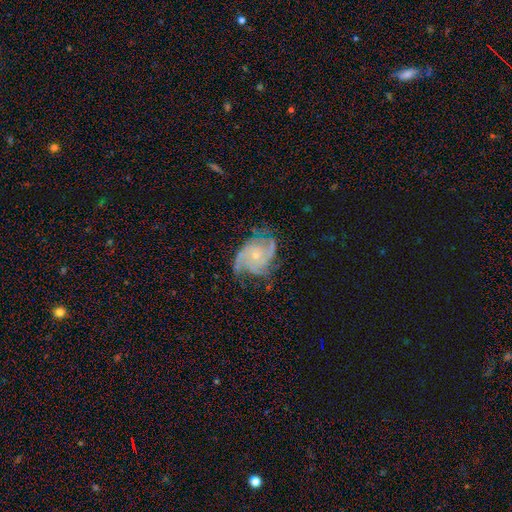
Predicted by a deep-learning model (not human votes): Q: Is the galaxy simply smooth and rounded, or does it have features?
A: featured or disk — 86%.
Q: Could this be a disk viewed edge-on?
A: no — 98%.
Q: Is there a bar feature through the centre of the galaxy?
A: no — 78%.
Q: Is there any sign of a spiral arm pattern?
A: yes — 96%.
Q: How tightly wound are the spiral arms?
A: tight — 44%.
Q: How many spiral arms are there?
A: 3 — 35%.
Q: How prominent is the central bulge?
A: small — 73%.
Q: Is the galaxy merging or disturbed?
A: none — 62%.